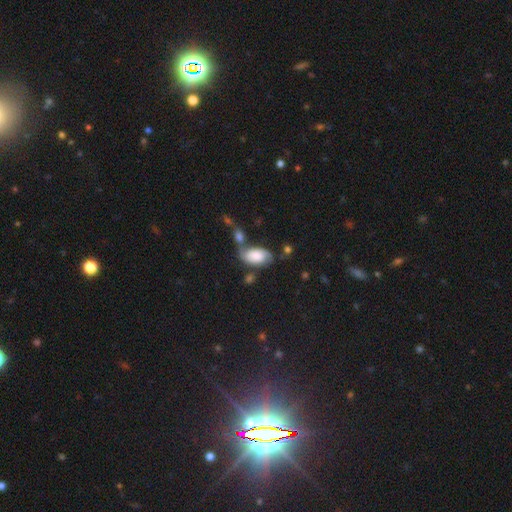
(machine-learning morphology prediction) smooth 47%, featured or disk 44%, star or artifact 8%. Down the decision tree: merging — none (43%).